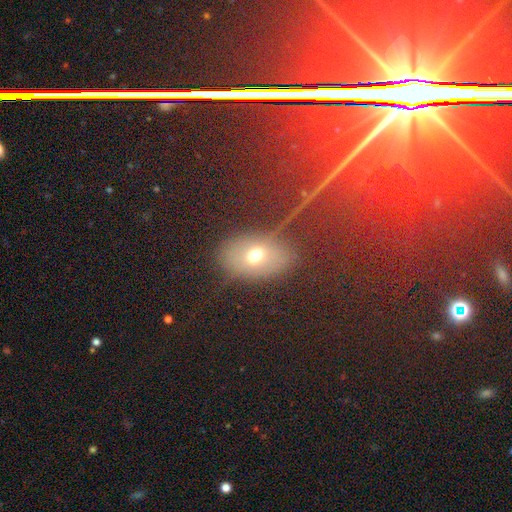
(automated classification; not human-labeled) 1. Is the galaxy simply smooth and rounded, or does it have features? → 60% smooth, 21% featured or disk, 20% star or artifact.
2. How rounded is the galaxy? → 72% in between, 26% round, 2% cigar-shaped.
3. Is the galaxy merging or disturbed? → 75% none, 14% minor disturbance, 9% major disturbance, 3% merger.